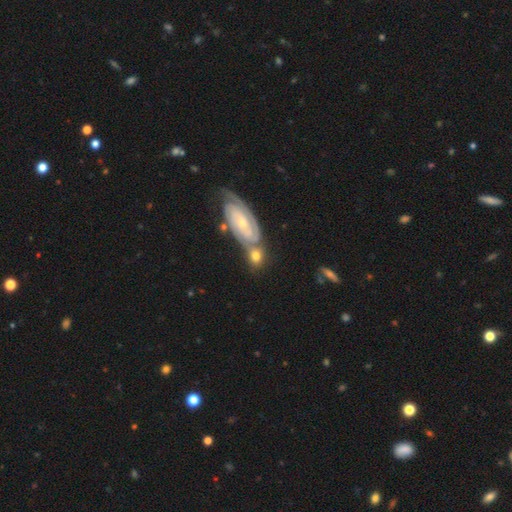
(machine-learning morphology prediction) Smooth or featured? Predicted: featured or disk (p=0.50). Merging? Predicted: merger (p=0.42).